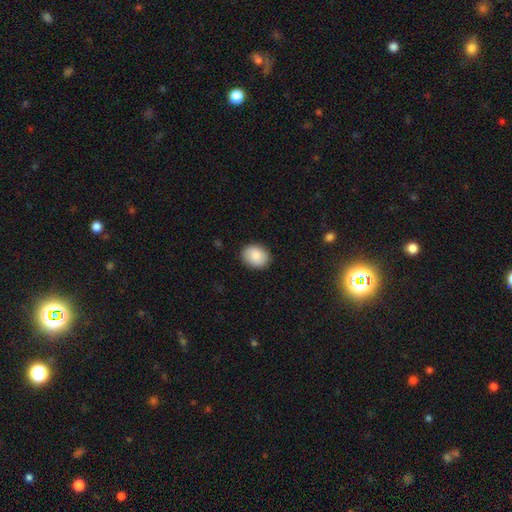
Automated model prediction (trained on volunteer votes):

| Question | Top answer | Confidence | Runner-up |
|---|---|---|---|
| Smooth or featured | smooth | 88% | star or artifact (7%) |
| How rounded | in between | 52% | round (47%) |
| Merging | none | 88% | minor disturbance (8%) |